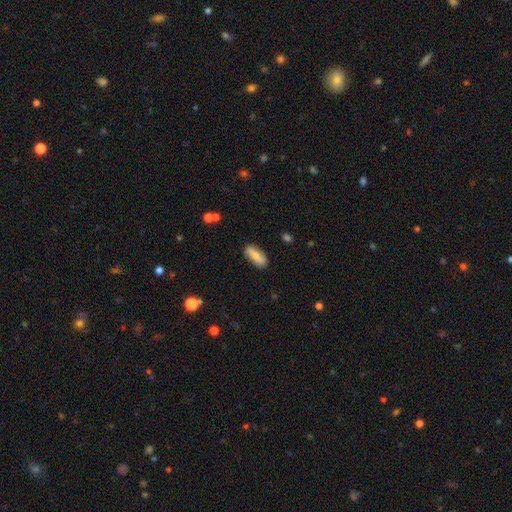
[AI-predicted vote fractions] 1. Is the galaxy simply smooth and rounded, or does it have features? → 72% smooth, 21% featured or disk, 7% star or artifact.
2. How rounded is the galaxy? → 66% in between, 32% cigar-shaped, 3% round.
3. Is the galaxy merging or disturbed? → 85% none, 11% minor disturbance, 2% major disturbance, 2% merger.